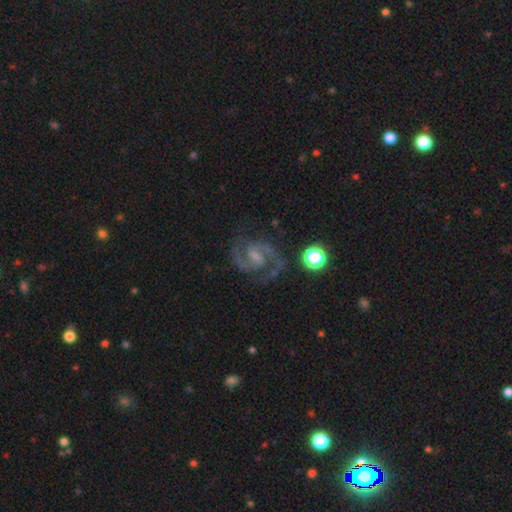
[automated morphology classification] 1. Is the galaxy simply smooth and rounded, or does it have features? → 92% featured or disk, 5% star or artifact, 3% smooth.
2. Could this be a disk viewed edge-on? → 98% no, 2% yes.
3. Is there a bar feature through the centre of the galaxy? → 56% weak, 22% strong, 21% no.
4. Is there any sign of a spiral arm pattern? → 98% yes, 2% no.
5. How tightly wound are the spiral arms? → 66% medium, 23% tight, 11% loose.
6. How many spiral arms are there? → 94% 2, 2% can't tell, 2% 3, 1% 1, 1% 4, 1% more than 4.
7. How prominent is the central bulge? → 47% small, 29% none, 21% moderate, 2% large, 1% dominant.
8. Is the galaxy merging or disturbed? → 80% none, 13% minor disturbance, 5% major disturbance, 2% merger.